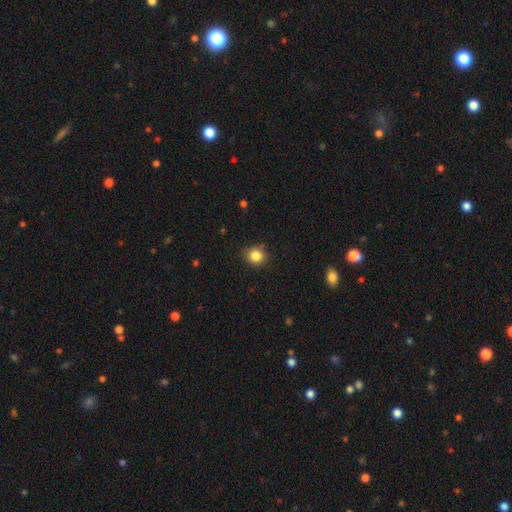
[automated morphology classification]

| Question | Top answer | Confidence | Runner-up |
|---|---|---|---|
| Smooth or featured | smooth | 84% | star or artifact (11%) |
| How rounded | round | 83% | in between (17%) |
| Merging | none | 86% | minor disturbance (10%) |